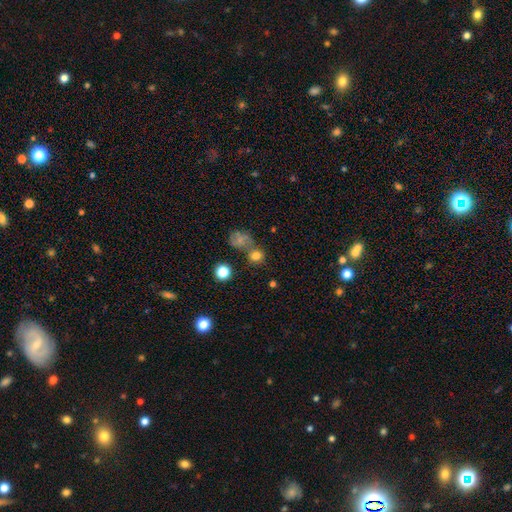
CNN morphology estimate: A smooth galaxy with no disk features (76%) that is round (78%). Merging: none (51%).